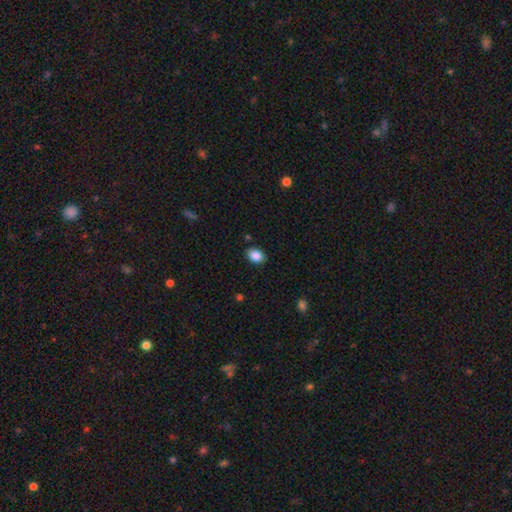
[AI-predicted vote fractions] Smooth or featured: smooth — 87% (star or artifact — 9%)
How rounded: in between — 69% (round — 30%)
Merging: none — 86% (minor disturbance — 10%)